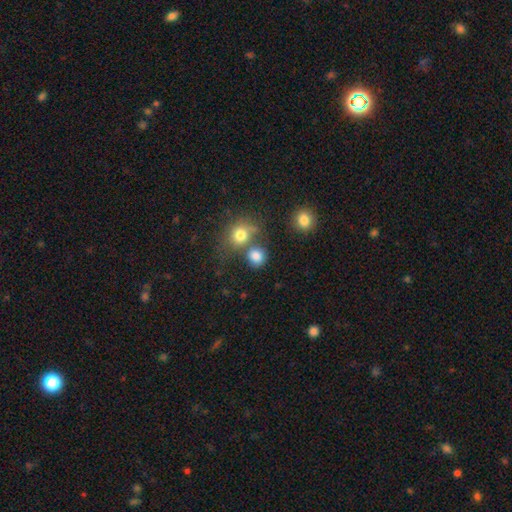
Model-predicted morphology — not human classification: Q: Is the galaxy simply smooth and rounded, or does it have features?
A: smooth — 81%.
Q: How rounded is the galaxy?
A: round — 80%.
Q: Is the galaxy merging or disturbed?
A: none — 58%.